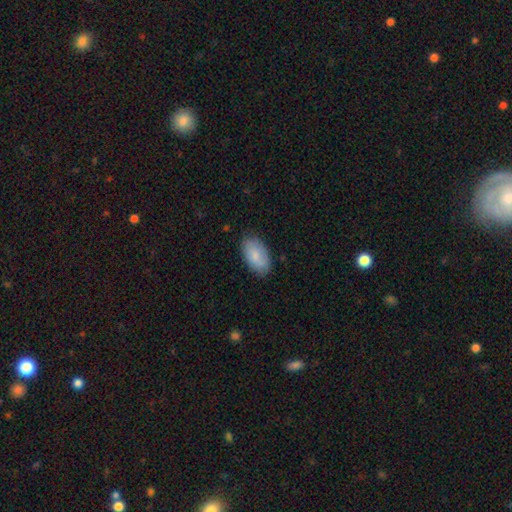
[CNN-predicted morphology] Overall: smooth (81%). How rounded: in between (94%). Merging: none (82%).